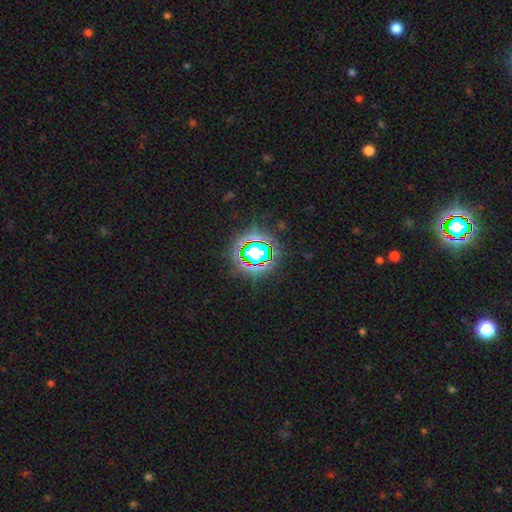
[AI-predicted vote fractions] smooth-or-featured: star or artifact: 69% | smooth: 19% | featured or disk: 11%